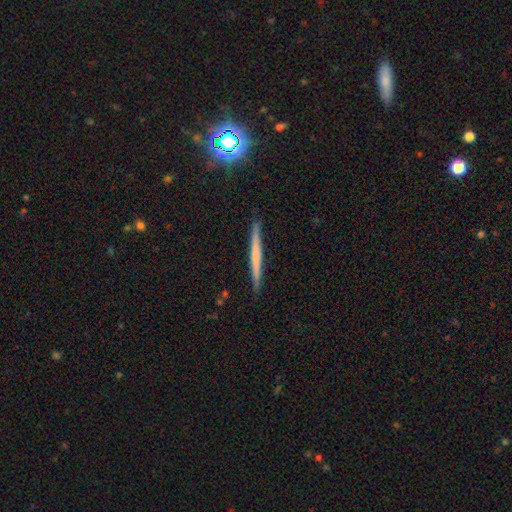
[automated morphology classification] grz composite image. It shows a smooth galaxy with no disk features (48%). Merging: none (91%).